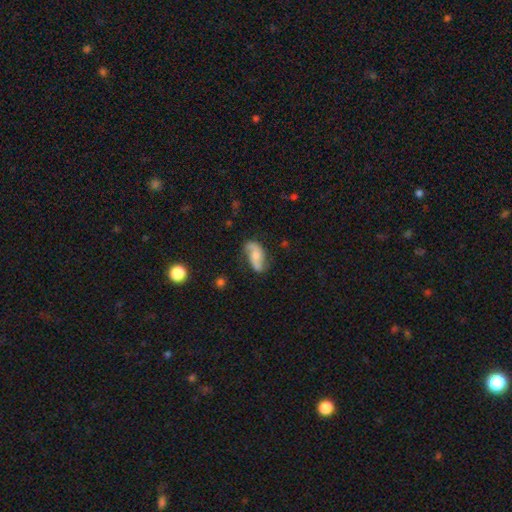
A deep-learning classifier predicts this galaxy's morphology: Smooth or featured: featured or disk — 60% (smooth — 32%)
Edge-on disk: no — 94% (yes — 6%)
Bar: no — 60% (weak — 30%)
Spiral arms: yes — 90% (no — 10%)
Spiral winding: loose — 62% (medium — 28%)
Spiral arm count: 2 — 87% (can't tell — 6%)
Bulge size: moderate — 43% (small — 37%)
Merging: none — 66% (minor disturbance — 23%)